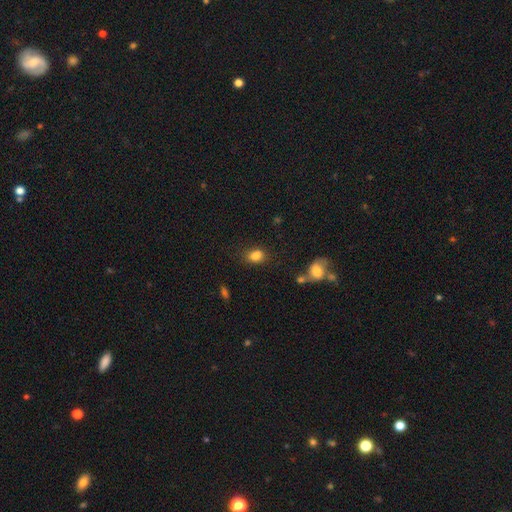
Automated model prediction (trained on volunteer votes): A smooth galaxy with no disk features (83%) that is in between round and cigar-shaped (71%). Merging: none (71%).